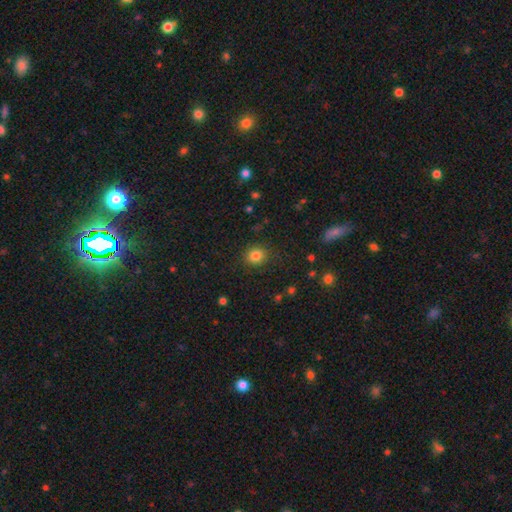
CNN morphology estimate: smooth-or-featured: smooth: 82% | star or artifact: 12% | featured or disk: 6%
  how-rounded: round: 80% | in between: 19% | cigar-shaped: 1%
  merging: none: 87% | minor disturbance: 9% | major disturbance: 3% | merger: 1%